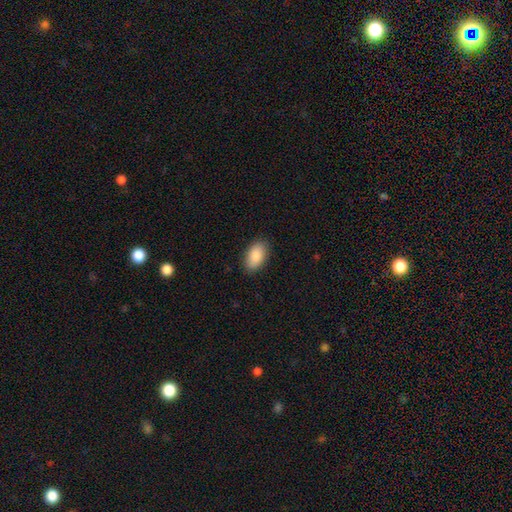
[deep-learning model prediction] This appears to be a smooth galaxy with no disk features (87%) that is in between round and cigar-shaped (94%). Merging: none (88%).